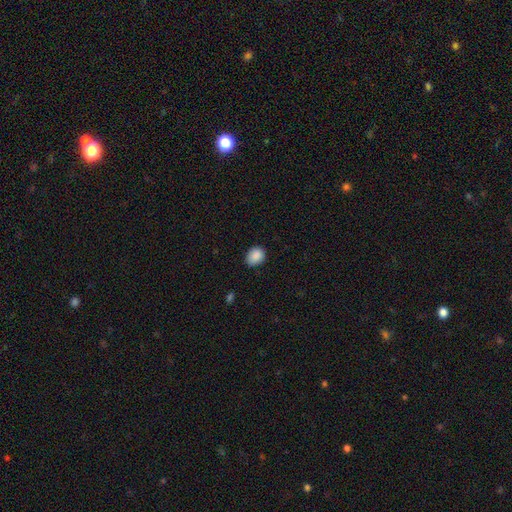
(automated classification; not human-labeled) This is clearly a smooth galaxy (89%). How rounded: possibly in between (52%). Merging: clearly none (80%).